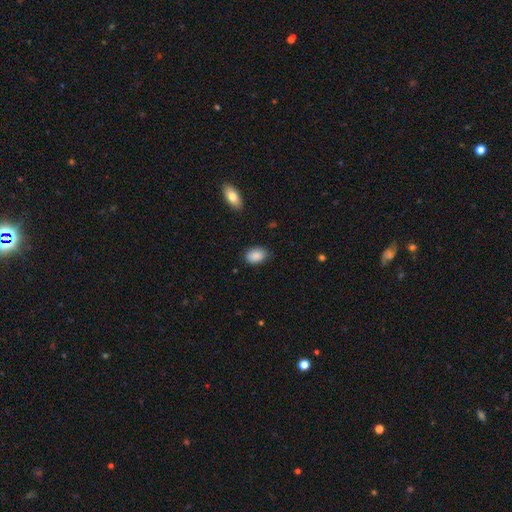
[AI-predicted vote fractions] smooth_or_featured: smooth (p=0.89) [alt: star or artifact p=0.07]
how_rounded: in between (p=0.86) [alt: round p=0.13]
merging: none (p=0.81) [alt: minor disturbance p=0.15]